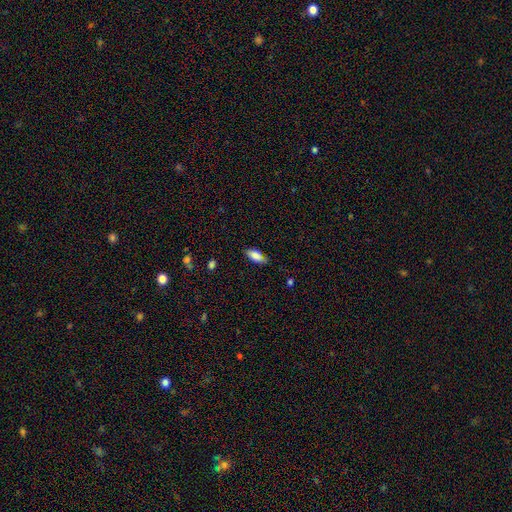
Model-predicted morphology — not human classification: A smooth galaxy with no disk features (82%) that is in between round and cigar-shaped (84%). Merging: none (77%).